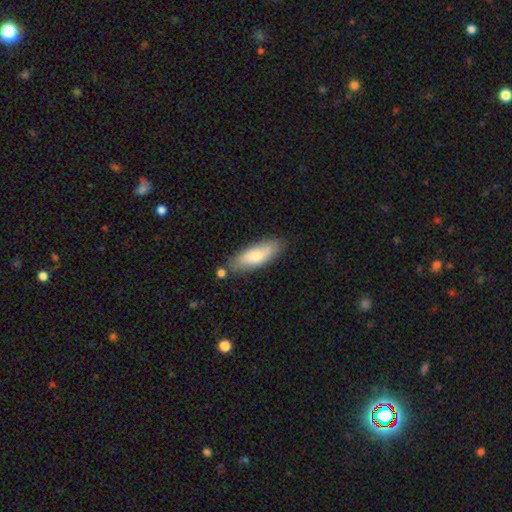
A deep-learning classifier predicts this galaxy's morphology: smooth-or-featured: smooth: 76% | featured or disk: 18% | star or artifact: 6%
  how-rounded: in between: 63% | cigar-shaped: 36% | round: 2%
  merging: none: 72% | minor disturbance: 17% | merger: 7% | major disturbance: 4%